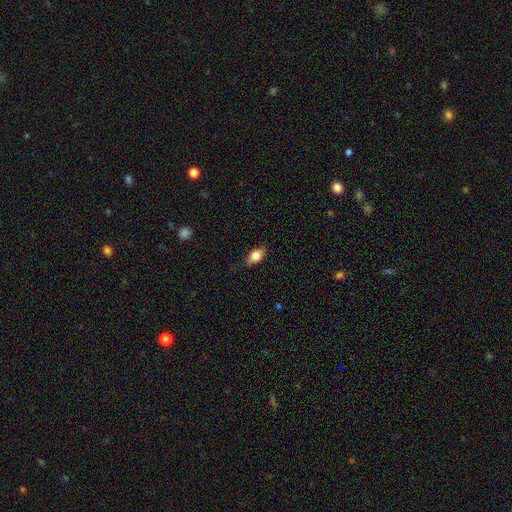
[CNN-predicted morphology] Smooth or featured? Predicted: smooth (p=0.77). How rounded? Predicted: in between (p=0.84). Merging? Predicted: none (p=0.79).